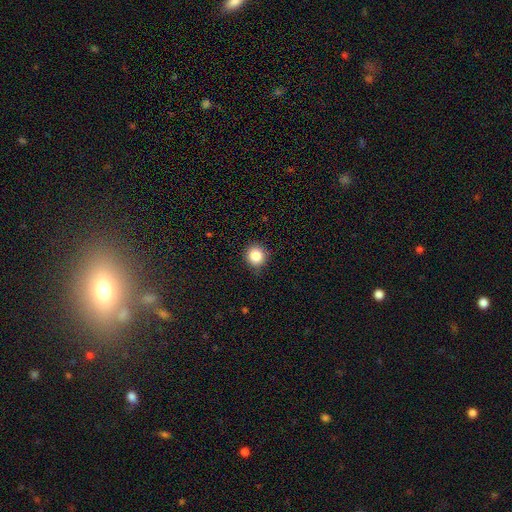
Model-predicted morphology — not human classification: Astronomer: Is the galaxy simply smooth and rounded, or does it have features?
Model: smooth — 84%.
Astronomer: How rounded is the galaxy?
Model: round — 92%.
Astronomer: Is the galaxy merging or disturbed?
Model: none — 88%.